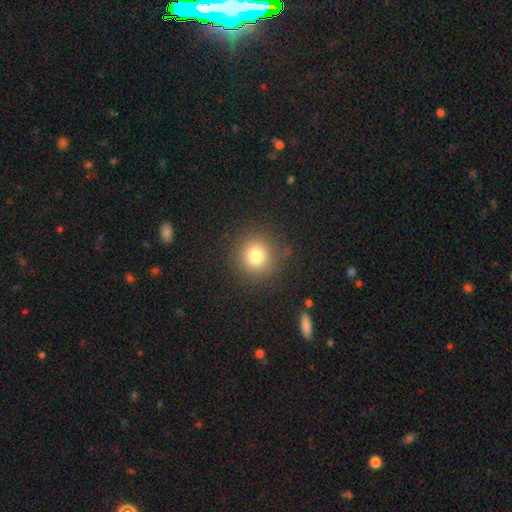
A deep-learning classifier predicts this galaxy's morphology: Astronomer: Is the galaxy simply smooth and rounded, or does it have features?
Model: smooth — 78%.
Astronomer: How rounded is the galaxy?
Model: round — 92%.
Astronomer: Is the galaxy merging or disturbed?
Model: none — 87%.